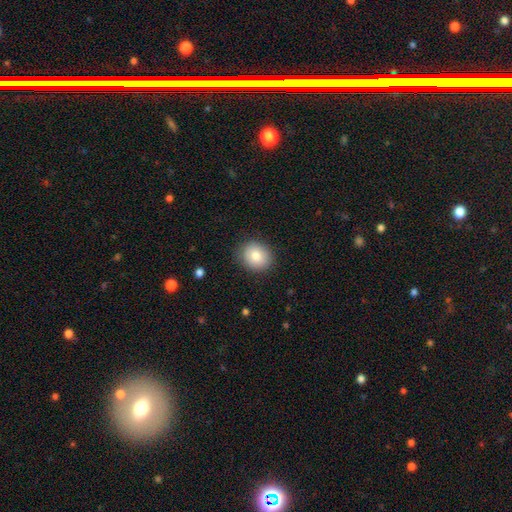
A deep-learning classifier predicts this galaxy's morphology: Smooth or featured: smooth — 82% (featured or disk — 10%)
How rounded: round — 70% (in between — 29%)
Merging: none — 86% (minor disturbance — 10%)